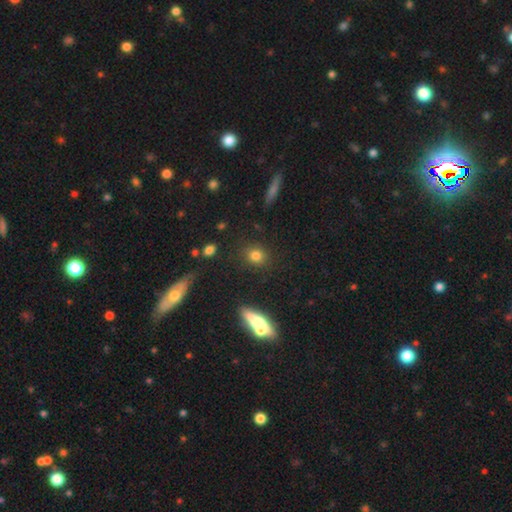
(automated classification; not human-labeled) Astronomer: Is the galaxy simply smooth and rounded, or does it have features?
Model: smooth — 80%.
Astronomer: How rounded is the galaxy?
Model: round — 76%.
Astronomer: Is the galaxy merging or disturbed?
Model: none — 86%.